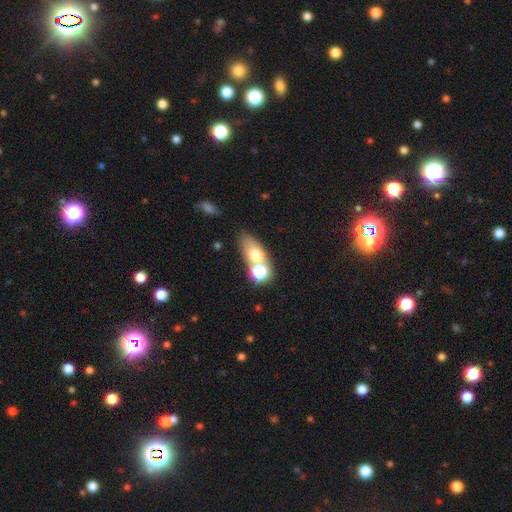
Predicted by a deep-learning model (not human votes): Smooth or featured: smooth — 64% (featured or disk — 21%)
How rounded: in between — 68% (round — 25%)
Merging: none — 48% (merger — 34%)